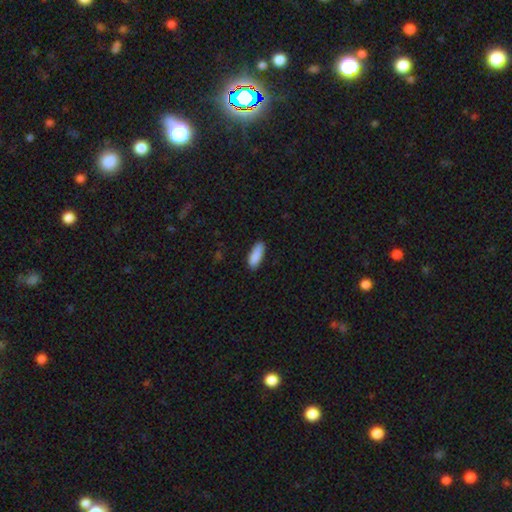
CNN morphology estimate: smooth 90%, star or artifact 6%, featured or disk 4%. Down the decision tree: how rounded — in between (70%); merging — none (85%).